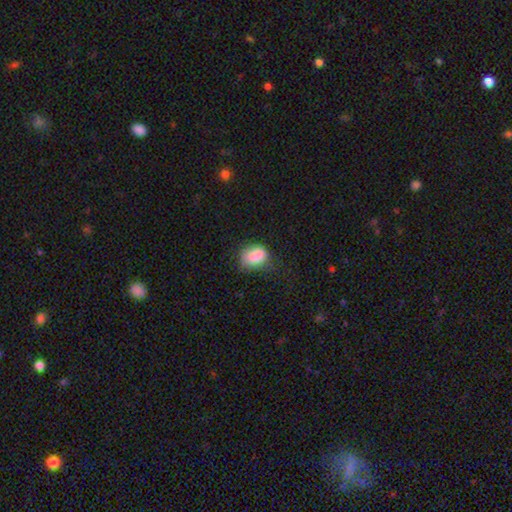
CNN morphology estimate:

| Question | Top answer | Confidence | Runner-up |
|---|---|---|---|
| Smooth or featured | smooth | 83% | star or artifact (9%) |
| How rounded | in between | 60% | round (39%) |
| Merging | none | 52% | minor disturbance (33%) |